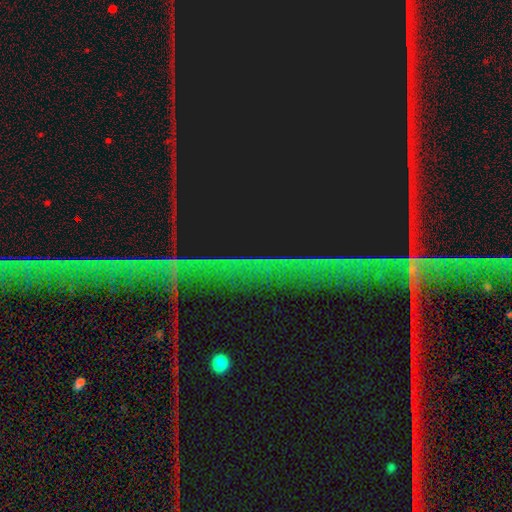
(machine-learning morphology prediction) This appears to be a star or artifact, not a galaxy (89%).